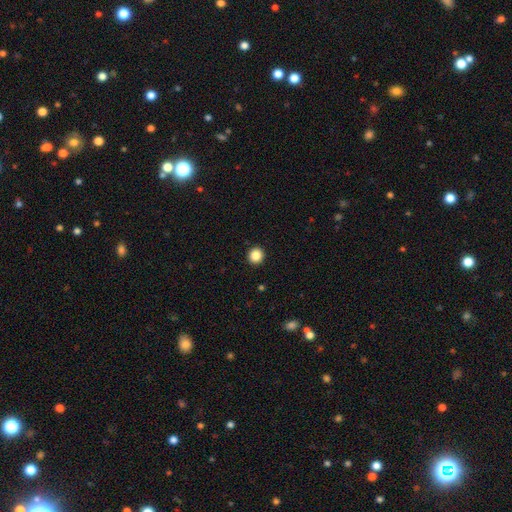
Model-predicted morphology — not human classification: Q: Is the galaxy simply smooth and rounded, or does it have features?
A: smooth — 86%.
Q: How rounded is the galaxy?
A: round — 93%.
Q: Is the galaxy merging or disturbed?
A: none — 94%.